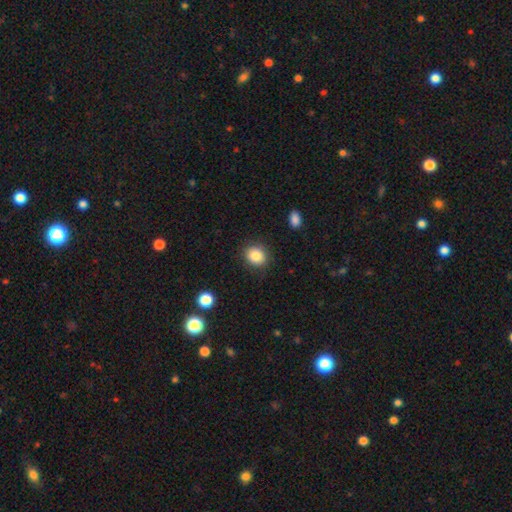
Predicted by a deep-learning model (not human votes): smooth-or-featured: smooth: 85% | star or artifact: 9% | featured or disk: 5%
  how-rounded: round: 71% | in between: 28% | cigar-shaped: 1%
  merging: none: 86% | minor disturbance: 9% | major disturbance: 3% | merger: 1%